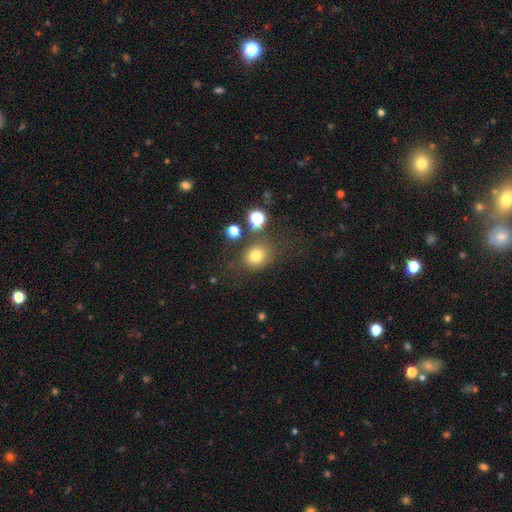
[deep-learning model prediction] smooth-or-featured: smooth: 76% | star or artifact: 15% | featured or disk: 8%
  how-rounded: round: 65% | in between: 34% | cigar-shaped: 1%
  merging: none: 72% | minor disturbance: 13% | merger: 8% | major disturbance: 6%